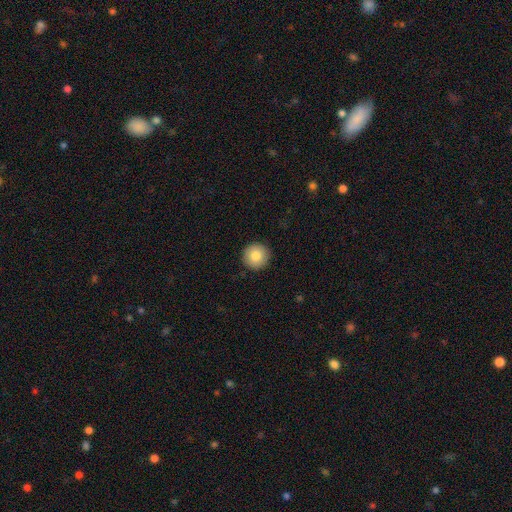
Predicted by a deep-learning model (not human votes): Overall: smooth (85%). How rounded: round (96%). Merging: none (92%).